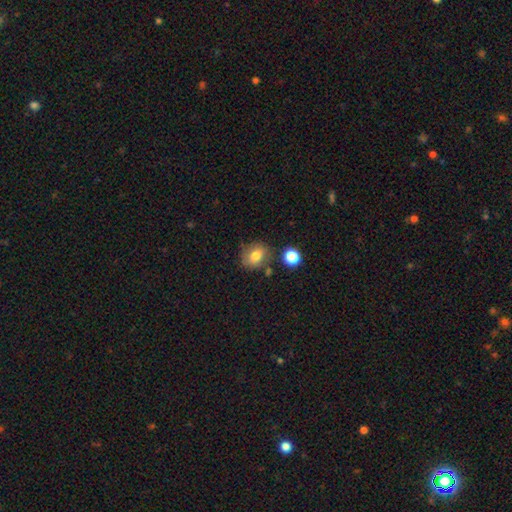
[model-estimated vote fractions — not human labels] Smooth or featured? smooth (76%)
How rounded? round (58%)
Merging? none (74%)